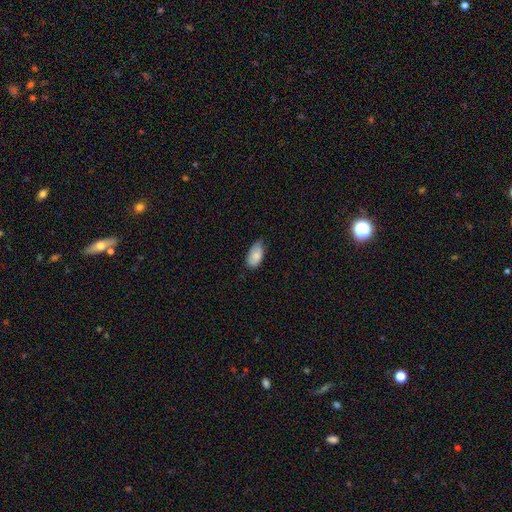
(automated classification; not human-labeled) A smooth galaxy with no disk features (84%) that is in between round and cigar-shaped (94%). Merging: none (66%).